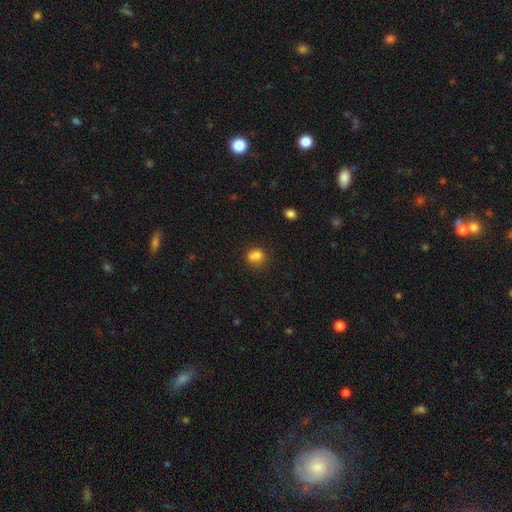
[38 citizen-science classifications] smooth_or_featured: smooth (p=0.95) [alt: featured or disk p=0.03]
how_rounded: in between (p=0.50) [alt: round p=0.47]
merging: none (p=0.41) [alt: minor disturbance p=0.24]